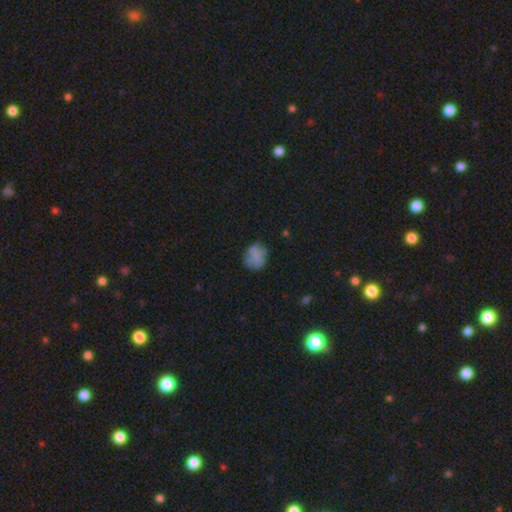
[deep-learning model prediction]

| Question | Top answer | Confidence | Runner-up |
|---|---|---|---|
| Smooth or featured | smooth | 66% | featured or disk (24%) |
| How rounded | round | 74% | in between (25%) |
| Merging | none | 64% | minor disturbance (23%) |